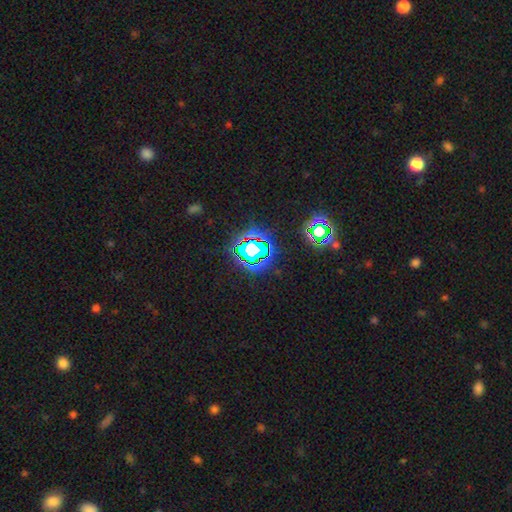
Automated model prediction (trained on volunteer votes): smooth-or-featured: star or artifact: 81% | smooth: 12% | featured or disk: 7%